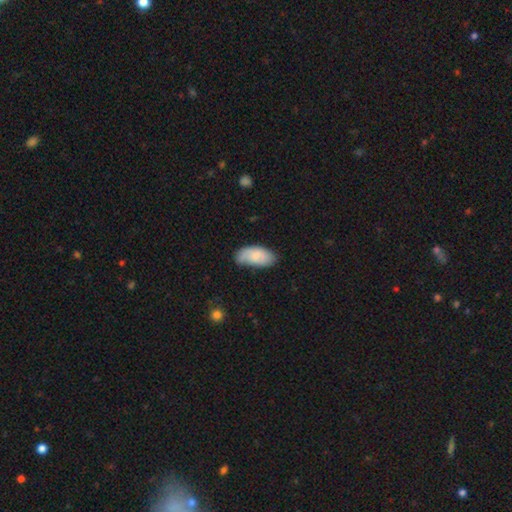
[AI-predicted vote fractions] Smooth or featured?
  - smooth: 76% *
  - featured or disk: 18%
  - star or artifact: 6%
How rounded?
  - in between: 94% *
  - cigar-shaped: 4%
  - round: 2%
Merging?
  - none: 58% *
  - minor disturbance: 32%
  - major disturbance: 7%
  - merger: 2%